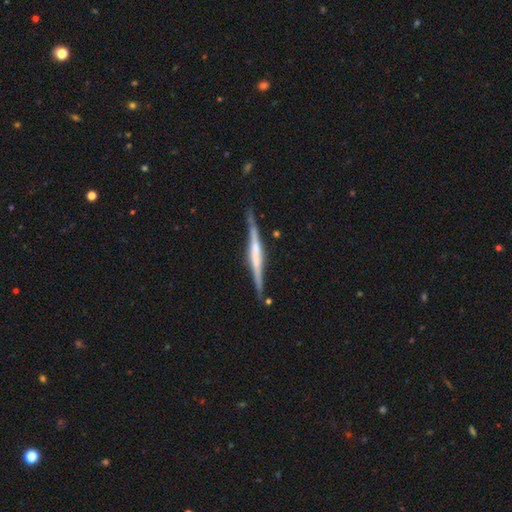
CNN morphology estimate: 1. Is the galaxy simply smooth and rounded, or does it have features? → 74% featured or disk, 21% smooth, 5% star or artifact.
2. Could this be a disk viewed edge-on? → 97% yes, 3% no.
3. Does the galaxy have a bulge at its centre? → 34% boxy, 33% none, 33% rounded.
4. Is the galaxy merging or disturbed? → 83% none, 12% minor disturbance, 2% major disturbance, 2% merger.